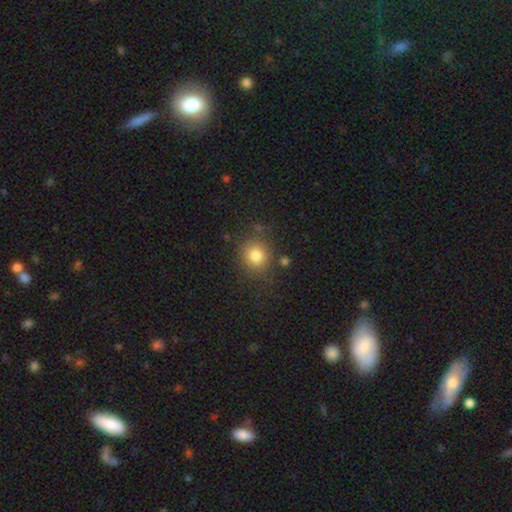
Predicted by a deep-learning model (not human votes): Overall: smooth (81%). How rounded: round (81%). Merging: none (78%).